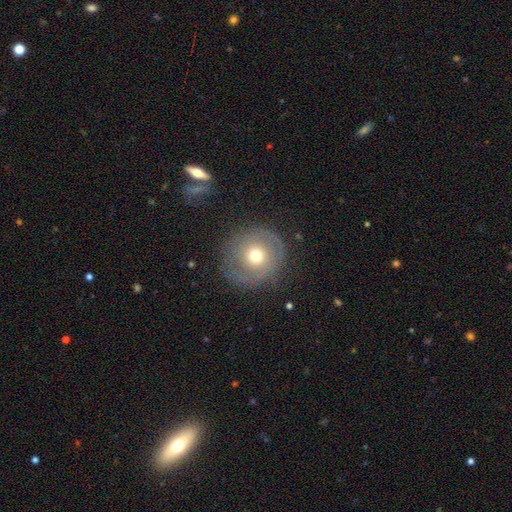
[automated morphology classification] Smooth or featured? smooth (47%)
Merging? none (77%)